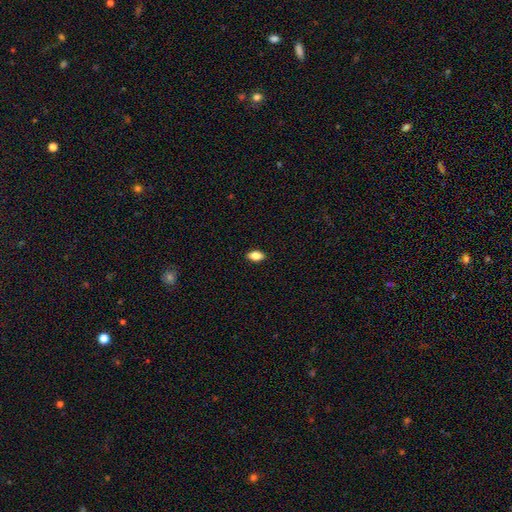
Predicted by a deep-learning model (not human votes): smooth-or-featured: smooth: 82% | featured or disk: 10% | star or artifact: 8%
  how-rounded: in between: 89% | round: 7% | cigar-shaped: 5%
  merging: none: 90% | minor disturbance: 8% | major disturbance: 2% | merger: 1%